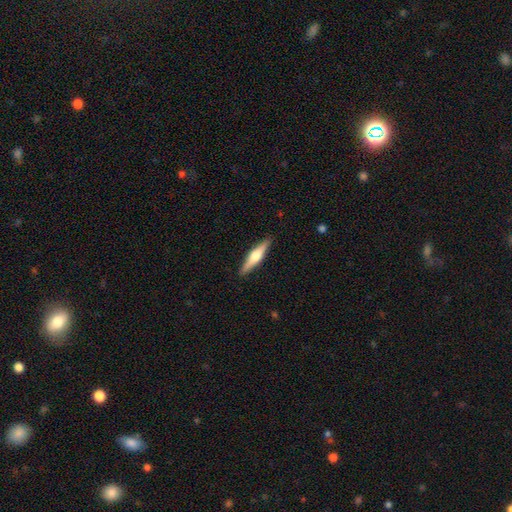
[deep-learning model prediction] Smooth or featured? featured or disk (62%)
Edge-on disk? yes (97%)
Edge-on bulge? rounded (92%)
Merging? none (91%)